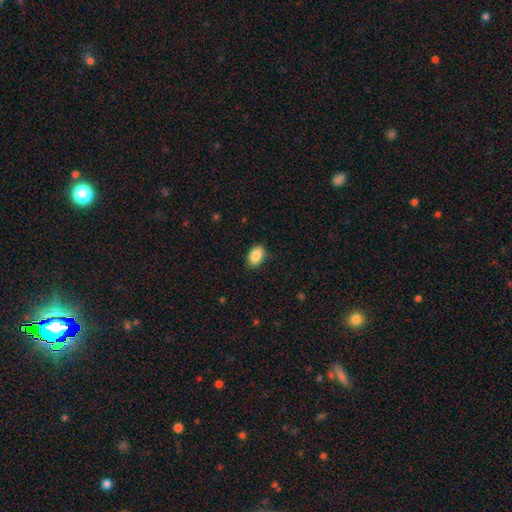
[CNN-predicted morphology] Smooth or featured: smooth — 86% (star or artifact — 7%)
How rounded: in between — 88% (round — 11%)
Merging: none — 85% (minor disturbance — 12%)